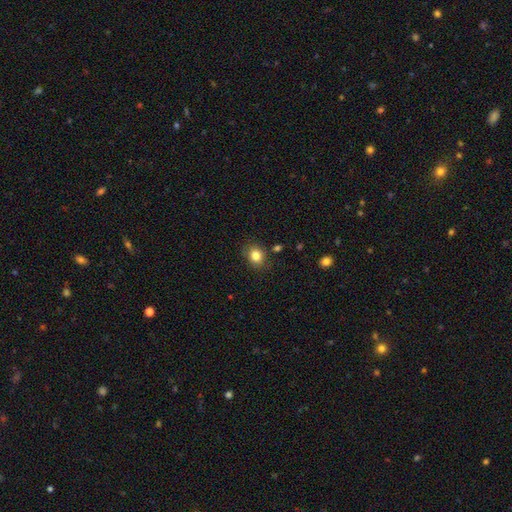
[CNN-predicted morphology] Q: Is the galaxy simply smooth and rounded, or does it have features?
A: smooth — 82%.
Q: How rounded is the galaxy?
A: round — 54%.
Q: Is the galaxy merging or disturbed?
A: none — 81%.